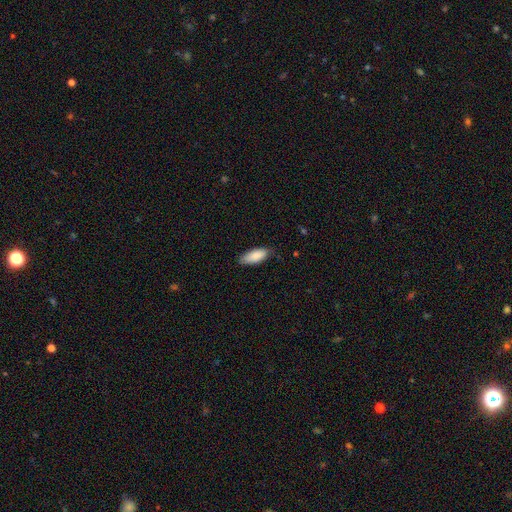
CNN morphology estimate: A smooth galaxy with no disk features (88%) that is in between round and cigar-shaped (79%).

Vote fractions:
- Smooth or featured? smooth: 88% / featured or disk: 6% / star or artifact: 6%
- How rounded? in between: 79% / cigar-shaped: 19% / round: 2%
- Merging? none: 77% / minor disturbance: 19% / major disturbance: 3% / merger: 1%